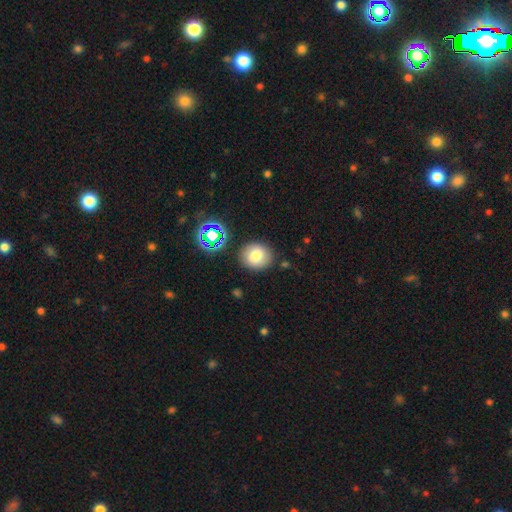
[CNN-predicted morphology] This is likely a smooth galaxy (75%). How rounded: likely round (73%). Merging: clearly none (84%).